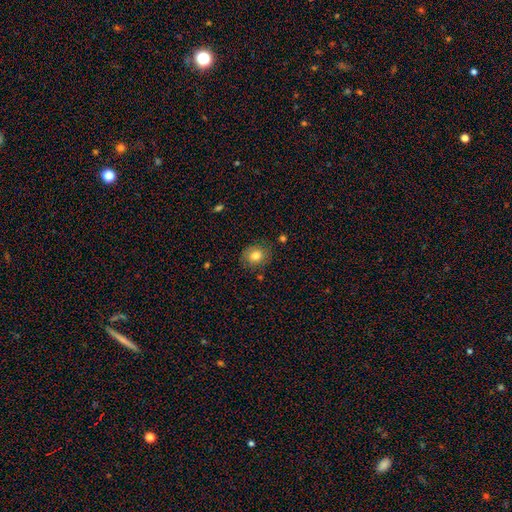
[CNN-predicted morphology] Smooth or featured? smooth (80%)
How rounded? round (68%)
Merging? none (82%)